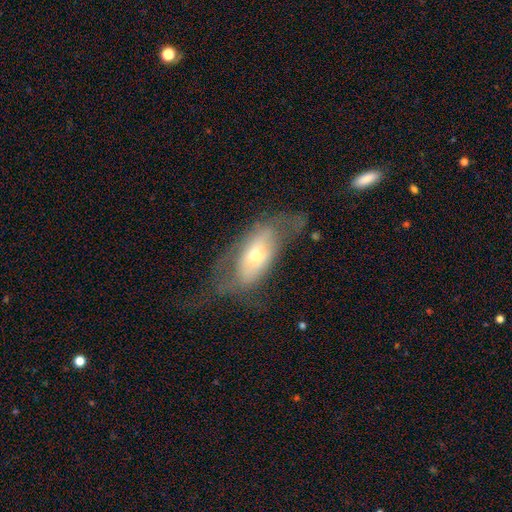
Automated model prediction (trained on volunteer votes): Overall: featured or disk (51%; smooth 41%). Edge-on disk: no (82%). Merging: none (37%, tied with major disturbance).